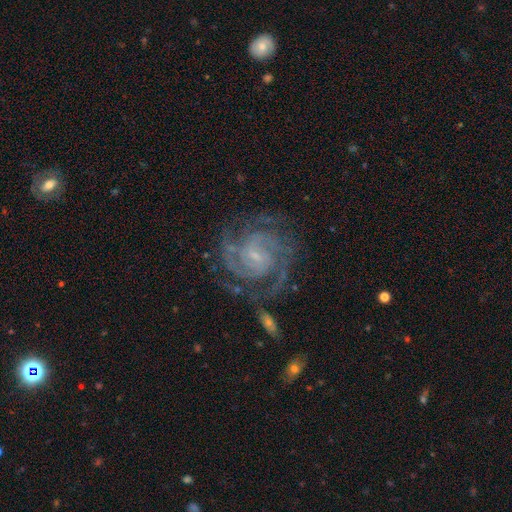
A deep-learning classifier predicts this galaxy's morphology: The model was most divided on "bar": weak: 44%, no: 42%, strong: 14%. Remaining: spiral arms — yes (98%); edge-on disk — no (98%); smooth or featured — featured or disk (90%); bulge size — small (77%); merging — none (72%); spiral winding — tight (64%); spiral arm count — 2 (45%).